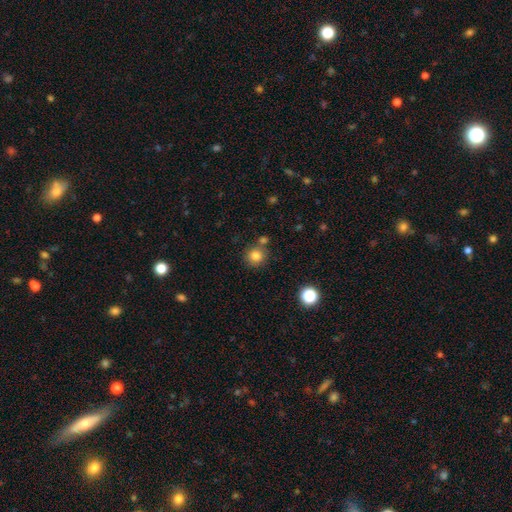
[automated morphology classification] smooth 82%, star or artifact 12%, featured or disk 6%. Down the decision tree: how rounded — round (91%); merging — none (73%).